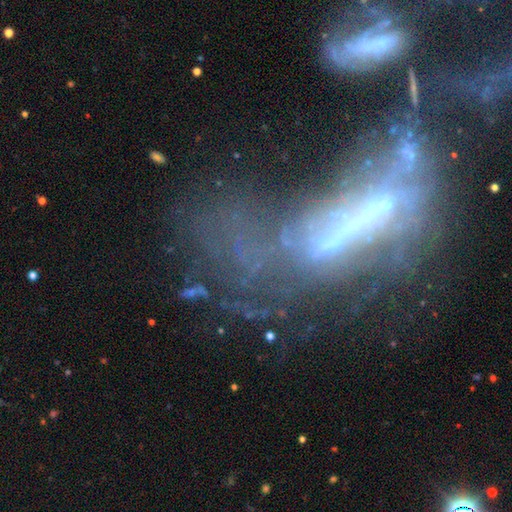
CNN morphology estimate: Q: Smooth or featured?
A: featured or disk (62%); runner-up: star or artifact (21%)
Q: Edge-on disk?
A: no (69%); runner-up: yes (31%)
Q: Merging?
A: major disturbance (41%); runner-up: none (25%)